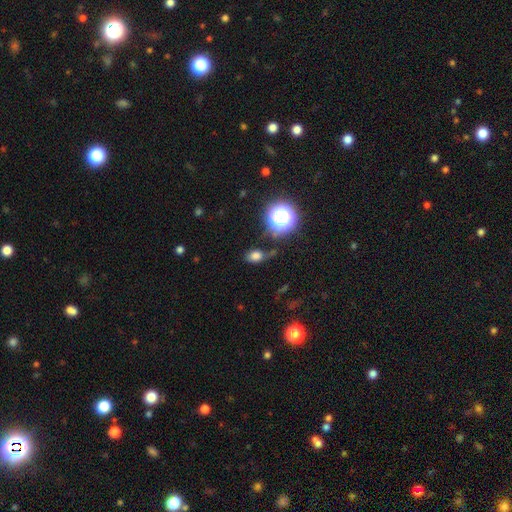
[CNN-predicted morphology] This is likely a smooth galaxy (70%). How rounded: likely in between (70%). Merging: possibly none (54%).